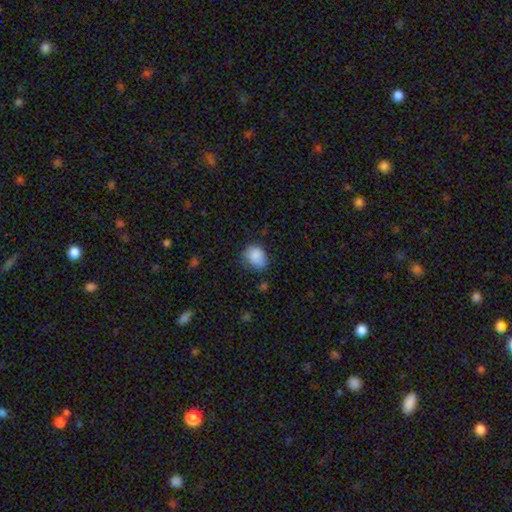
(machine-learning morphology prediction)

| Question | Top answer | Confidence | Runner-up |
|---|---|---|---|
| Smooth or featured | smooth | 87% | star or artifact (8%) |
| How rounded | in between | 54% | round (46%) |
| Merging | none | 61% | minor disturbance (30%) |